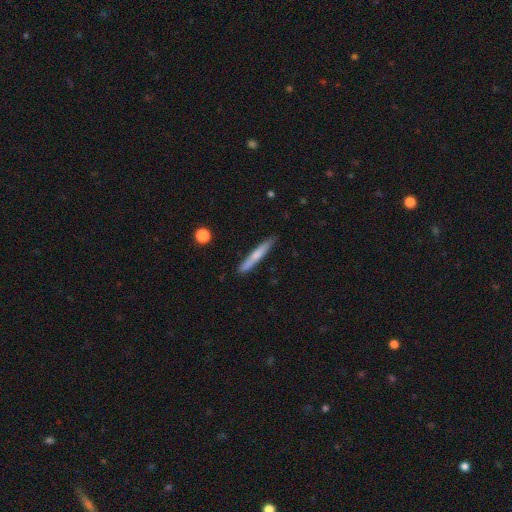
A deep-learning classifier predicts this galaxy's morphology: A smooth galaxy with no disk features (62%) that is cigar-shaped (95%). Merging: none (85%).